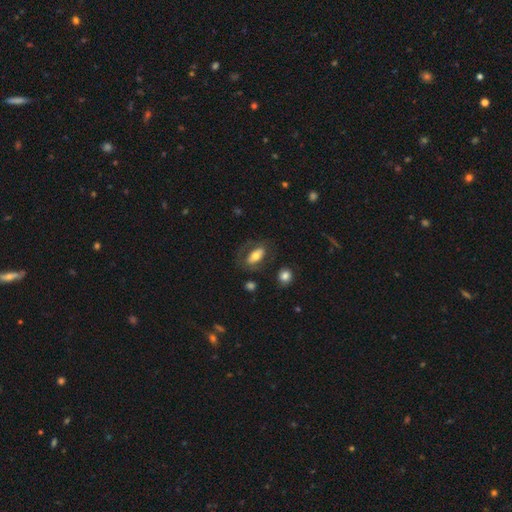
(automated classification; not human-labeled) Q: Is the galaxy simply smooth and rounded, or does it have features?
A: smooth — 58%.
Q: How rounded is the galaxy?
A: in between — 84%.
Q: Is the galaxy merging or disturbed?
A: none — 61%.